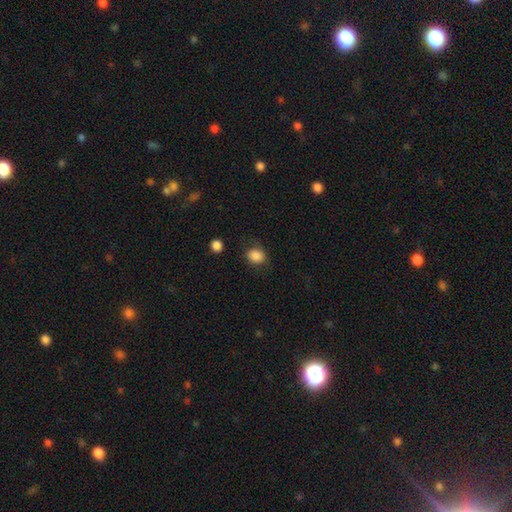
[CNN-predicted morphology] The model was most divided on "how rounded": round: 54%, in between: 45%, cigar-shaped: 1%. More confident: smooth or featured — smooth (86%); merging — none (74%).